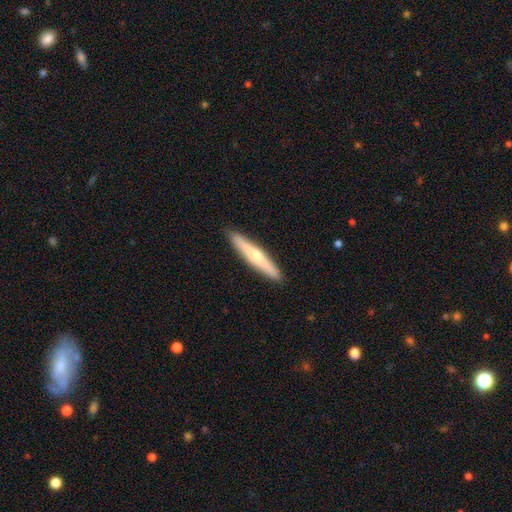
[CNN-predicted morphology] This appears to be a smooth galaxy with no disk features (48%). Merging: none (91%).